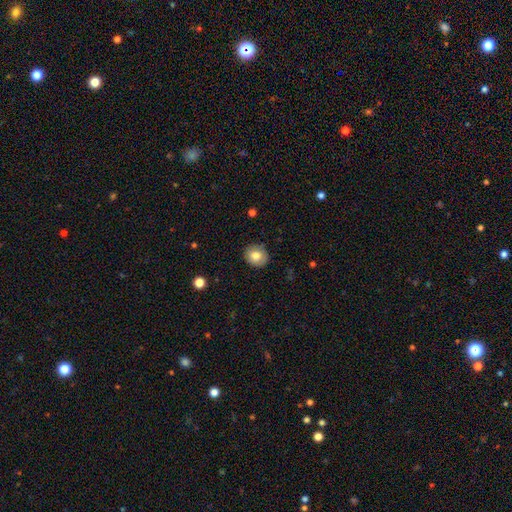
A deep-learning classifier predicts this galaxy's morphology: Q: Smooth or featured?
A: smooth (81%); runner-up: featured or disk (11%)
Q: How rounded?
A: round (76%); runner-up: in between (23%)
Q: Merging?
A: none (86%); runner-up: minor disturbance (10%)